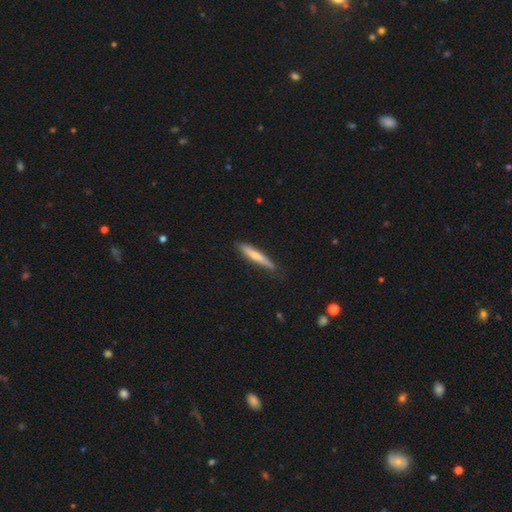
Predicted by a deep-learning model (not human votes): smooth-or-featured: smooth: 63% | featured or disk: 32% | star or artifact: 5%
  how-rounded: cigar-shaped: 92% | in between: 7% | round: 1%
  merging: none: 80% | minor disturbance: 16% | major disturbance: 2% | merger: 1%